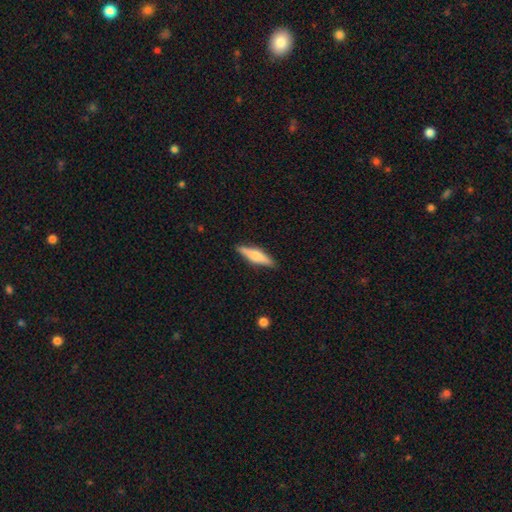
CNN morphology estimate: Smooth or featured?
  - smooth: 51% *
  - featured or disk: 43%
  - star or artifact: 6%
How rounded?
  - cigar-shaped: 77% *
  - in between: 20%
  - round: 2%
Merging?
  - none: 89% *
  - minor disturbance: 8%
  - major disturbance: 2%
  - merger: 1%